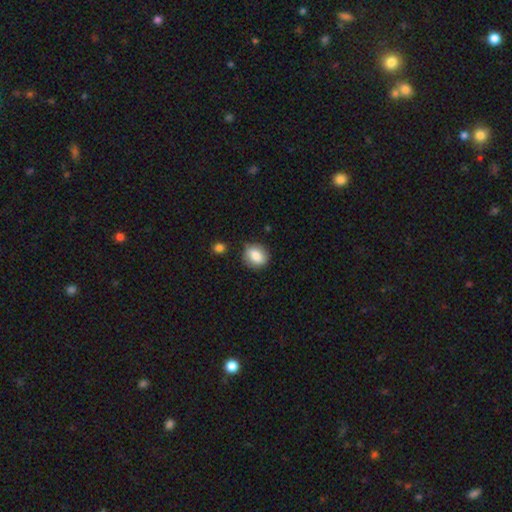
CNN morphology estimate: Overall: smooth (83%). How rounded: round (58%; in between 41%). Merging: none (76%).